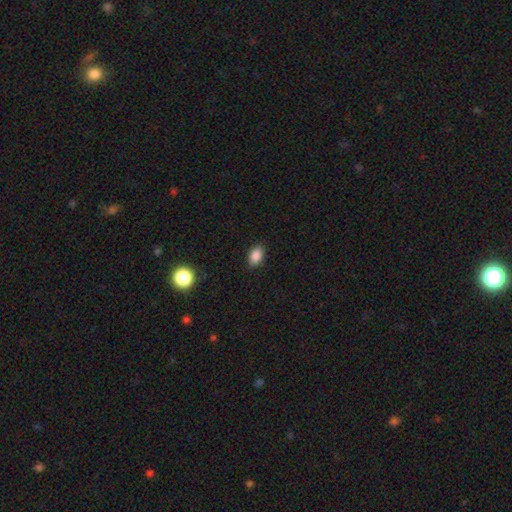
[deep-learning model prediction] smooth-or-featured: smooth: 87% | star or artifact: 10% | featured or disk: 4%
  how-rounded: in between: 88% | round: 11% | cigar-shaped: 2%
  merging: none: 88% | minor disturbance: 9% | major disturbance: 2% | merger: 1%